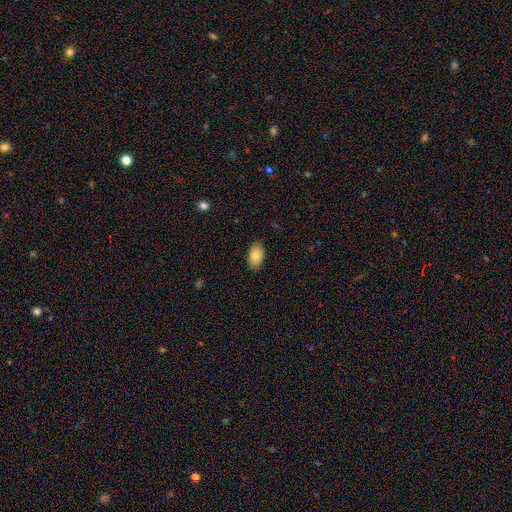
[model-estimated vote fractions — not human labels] Smooth or featured? smooth (81%)
How rounded? in between (92%)
Merging? none (86%)